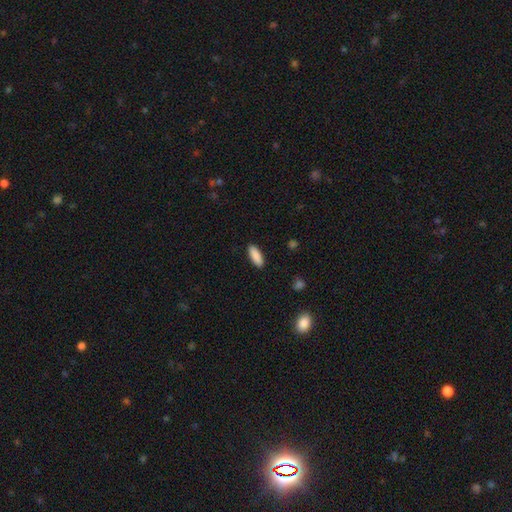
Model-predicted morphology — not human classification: Smooth or featured? Predicted: smooth (p=0.90). How rounded? Predicted: in between (p=0.70). Merging? Predicted: none (p=0.89).